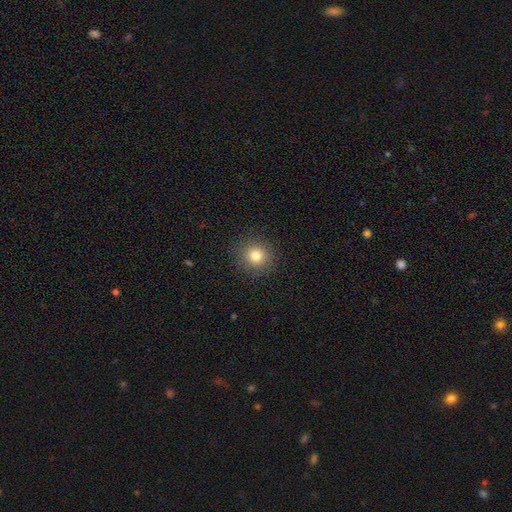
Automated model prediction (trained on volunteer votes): Morphology: type=smooth (79%); roundness=round (91%); merging=none (90%).